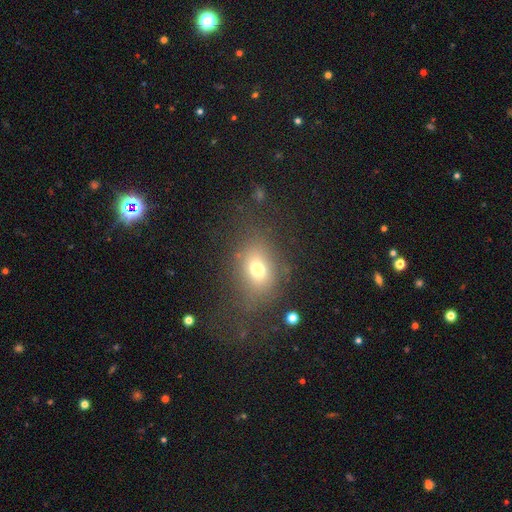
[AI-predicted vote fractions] smooth 59%, star or artifact 27%, featured or disk 14%. Down the decision tree: how rounded — in between (66%); merging — none (73%).